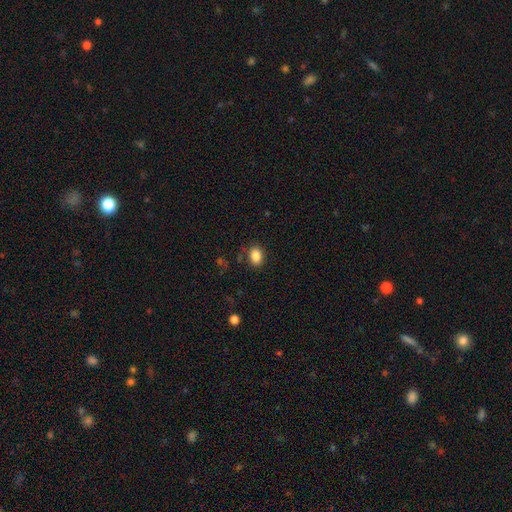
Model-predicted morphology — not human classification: smooth-or-featured: smooth: 86% | star or artifact: 10% | featured or disk: 5%
  how-rounded: in between: 71% | round: 28% | cigar-shaped: 1%
  merging: none: 84% | minor disturbance: 11% | major disturbance: 3% | merger: 2%